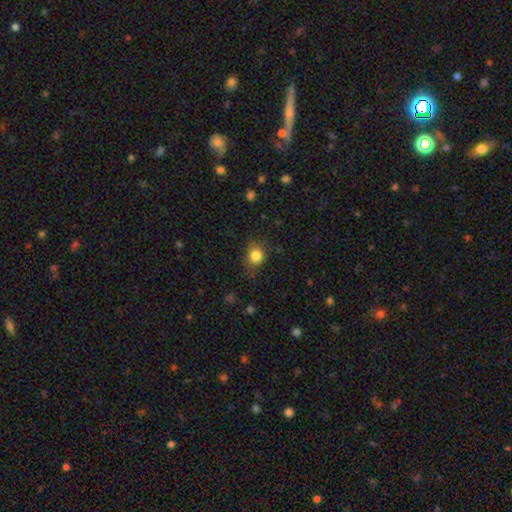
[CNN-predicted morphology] Q: Smooth or featured?
A: smooth (84%); runner-up: star or artifact (11%)
Q: How rounded?
A: round (72%); runner-up: in between (27%)
Q: Merging?
A: none (77%); runner-up: minor disturbance (17%)